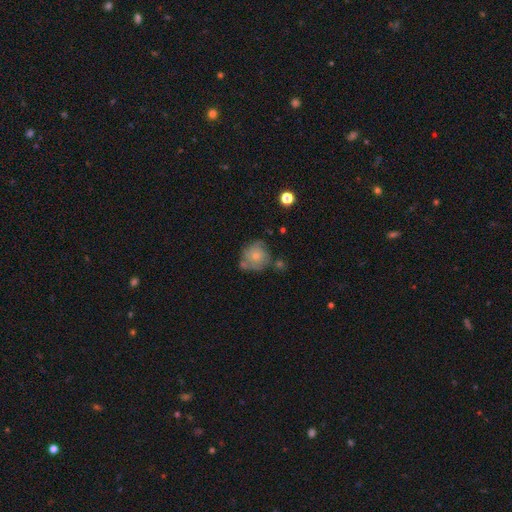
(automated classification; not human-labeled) Morphology: type=smooth (47%); merging=none (49%).